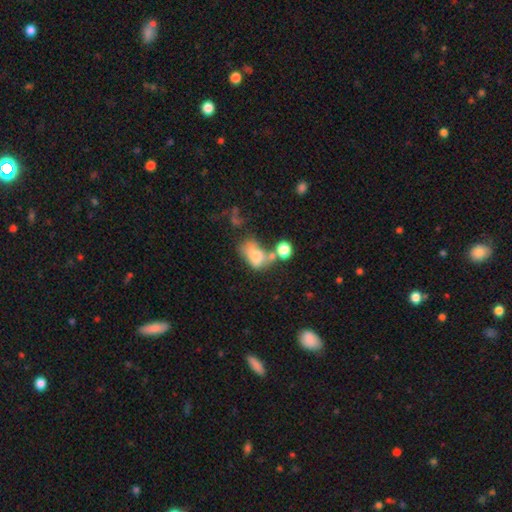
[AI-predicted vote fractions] Smooth or featured?
  - smooth: 65% *
  - featured or disk: 22%
  - star or artifact: 12%
How rounded?
  - in between: 81% *
  - round: 17%
  - cigar-shaped: 2%
Merging?
  - merger: 37% *
  - major disturbance: 24%
  - none: 22%
  - minor disturbance: 18%